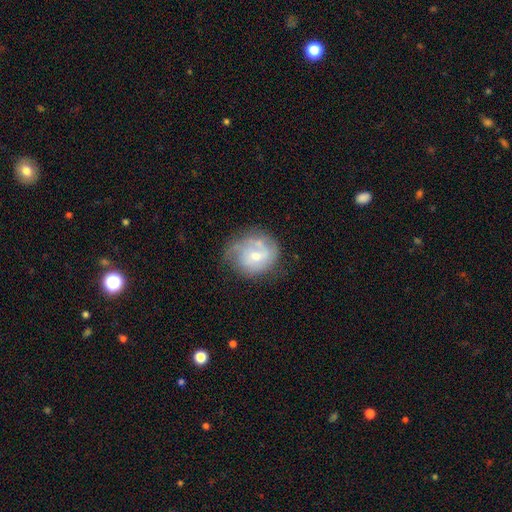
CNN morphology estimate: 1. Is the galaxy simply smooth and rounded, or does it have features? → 57% featured or disk, 35% smooth, 8% star or artifact.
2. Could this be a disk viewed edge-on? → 97% no, 3% yes.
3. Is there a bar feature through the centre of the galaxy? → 60% no, 35% weak, 6% strong.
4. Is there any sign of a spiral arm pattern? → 72% yes, 28% no.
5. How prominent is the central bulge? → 48% moderate, 46% small, 3% none, 3% large, 1% dominant.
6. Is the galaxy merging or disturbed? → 50% none, 28% minor disturbance, 16% major disturbance, 6% merger.